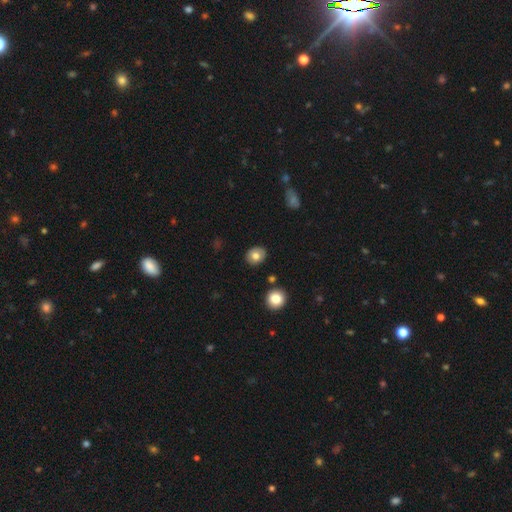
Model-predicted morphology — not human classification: This appears to be a smooth galaxy with no disk features (77%) that is round (61%). Merging: none (88%).